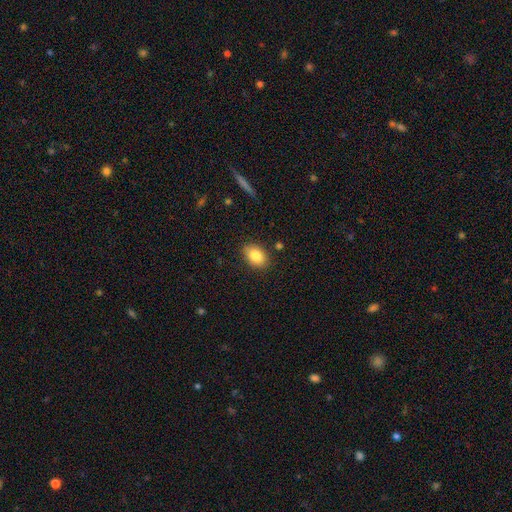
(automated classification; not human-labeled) A smooth galaxy with no disk features (86%) that is in between round and cigar-shaped (83%).

Vote fractions:
- Smooth or featured? smooth: 86% / star or artifact: 8% / featured or disk: 7%
- How rounded? in between: 83% / round: 16% / cigar-shaped: 1%
- Merging? none: 84% / minor disturbance: 11% / major disturbance: 3% / merger: 2%